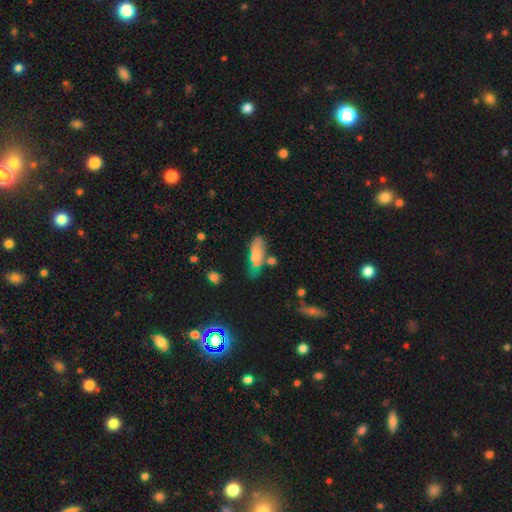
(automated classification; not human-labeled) A smooth galaxy with no disk features (60%) that is in between round and cigar-shaped (60%).

Vote fractions:
- Smooth or featured? smooth: 60% / featured or disk: 25% / star or artifact: 15%
- How rounded? in between: 60% / cigar-shaped: 36% / round: 4%
- Merging? none: 56% / minor disturbance: 26% / merger: 9% / major disturbance: 9%